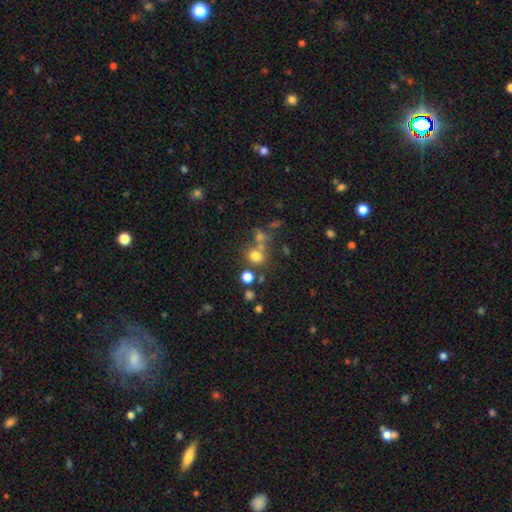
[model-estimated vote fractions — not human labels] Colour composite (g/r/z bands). It shows a smooth galaxy with no disk features (69%) that is round (81%). Merging: none (56%).